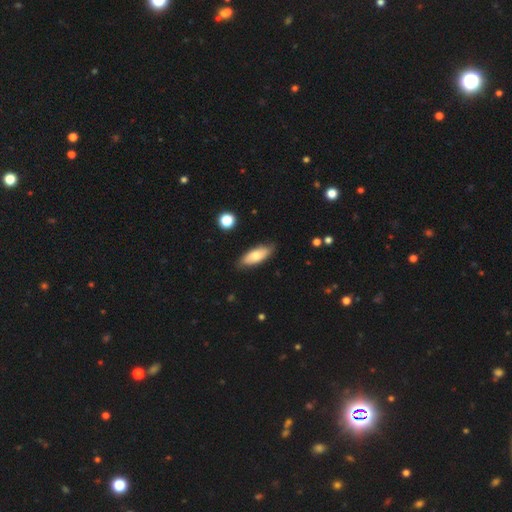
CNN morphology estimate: This is likely a smooth galaxy (68%). How rounded: likely in between (77%). Merging: clearly none (84%).